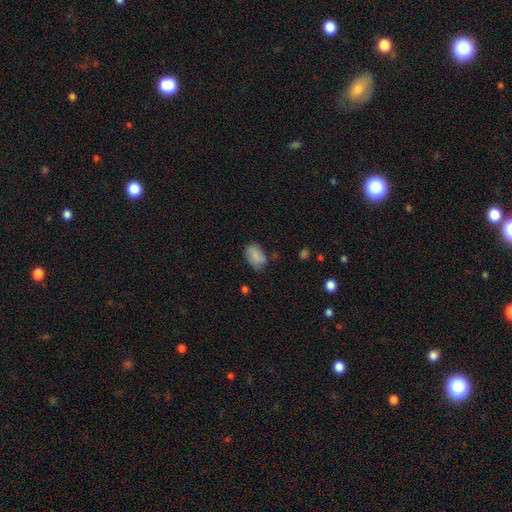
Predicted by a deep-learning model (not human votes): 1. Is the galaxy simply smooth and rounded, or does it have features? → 81% smooth, 11% featured or disk, 8% star or artifact.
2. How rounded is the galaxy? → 86% in between, 13% round, 1% cigar-shaped.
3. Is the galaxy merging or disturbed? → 62% none, 28% minor disturbance, 7% major disturbance, 3% merger.